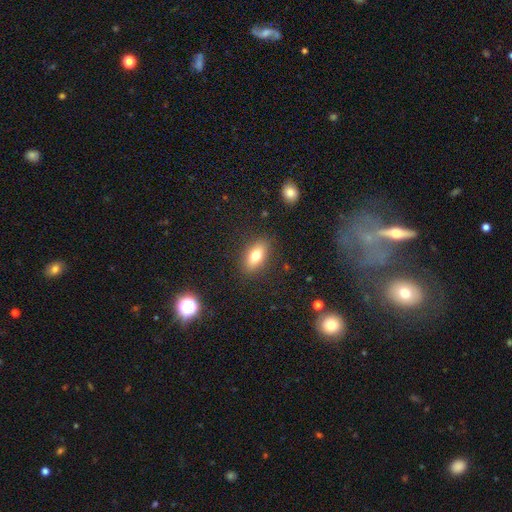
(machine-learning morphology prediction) This appears to be a smooth galaxy with no disk features (74%) that is in between round and cigar-shaped (83%). Merging: none (86%).